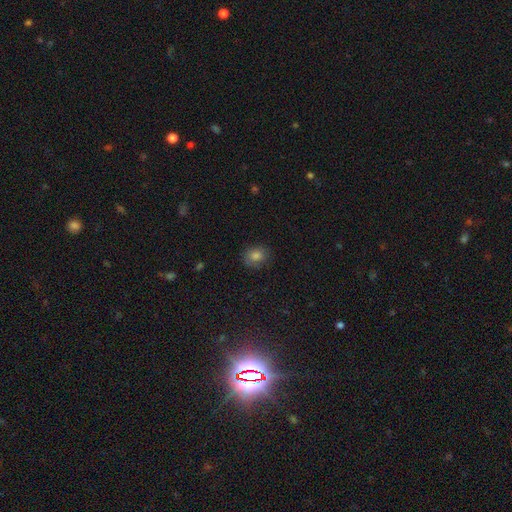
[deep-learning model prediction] Smooth or featured? Predicted: smooth (p=0.80). How rounded? Predicted: round (p=0.56). Merging? Predicted: none (p=0.79).